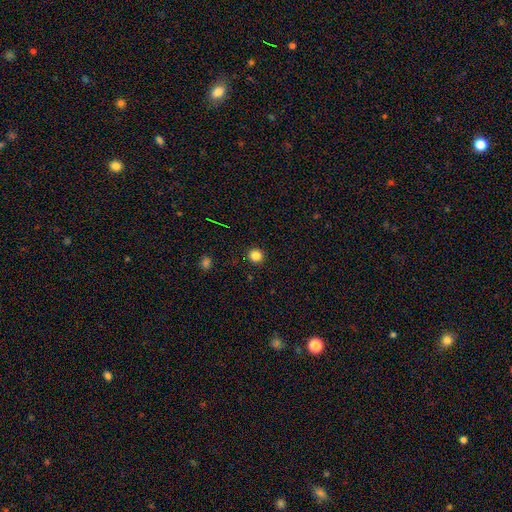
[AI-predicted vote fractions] Smooth or featured?
  - smooth: 83% *
  - star or artifact: 12%
  - featured or disk: 4%
How rounded?
  - round: 94% *
  - in between: 5%
  - cigar-shaped: 1%
Merging?
  - none: 92% *
  - minor disturbance: 5%
  - major disturbance: 2%
  - merger: 1%